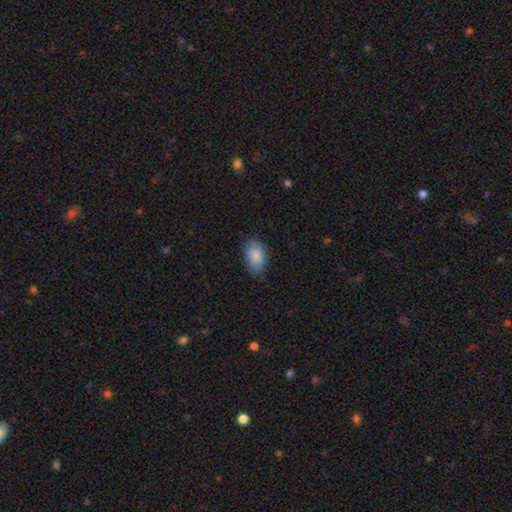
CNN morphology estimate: Smooth or featured? Predicted: smooth (p=0.88). How rounded? Predicted: in between (p=0.92). Merging? Predicted: none (p=0.79).